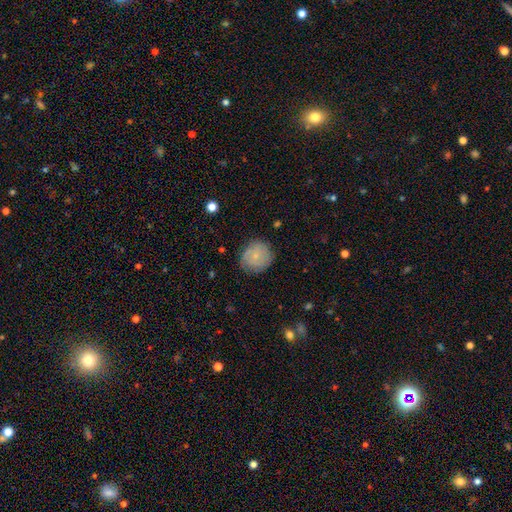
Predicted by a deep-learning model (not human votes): smooth_or_featured: smooth (p=0.66) [alt: featured or disk p=0.26]
how_rounded: round (p=0.85) [alt: in between p=0.14]
merging: none (p=0.78) [alt: minor disturbance p=0.16]